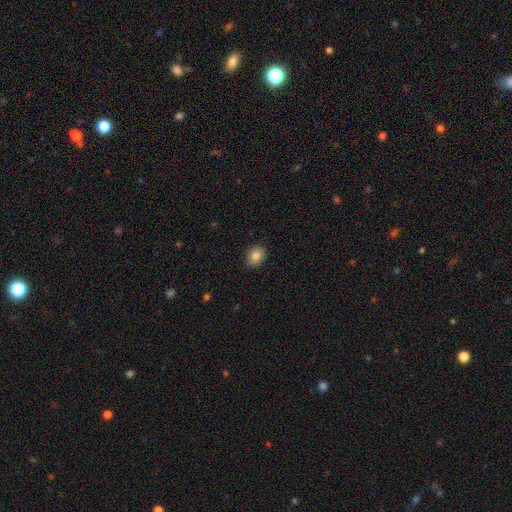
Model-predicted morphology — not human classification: smooth 85%, star or artifact 9%, featured or disk 6%. Down the decision tree: how rounded — in between (50%); merging — none (89%).